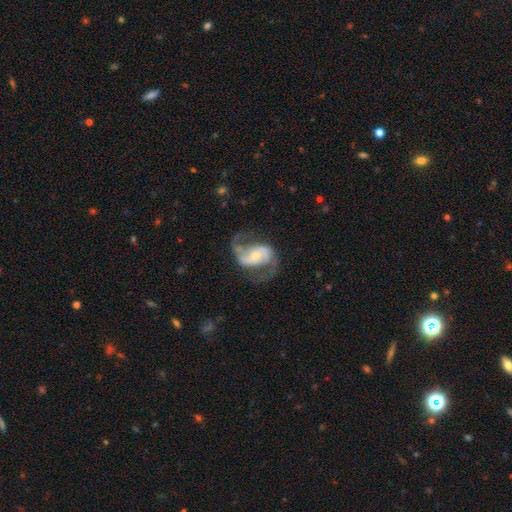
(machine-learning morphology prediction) Smooth or featured?
  - featured or disk: 87% *
  - smooth: 8%
  - star or artifact: 5%
Edge-on disk?
  - no: 97% *
  - yes: 3%
Bar?
  - no: 41% *
  - weak: 38%
  - strong: 22%
Spiral arms?
  - yes: 96% *
  - no: 4%
Spiral winding?
  - medium: 45% * (tied)
  - loose: 45% * (tied)
  - tight: 10%
Spiral arm count?
  - 2: 92% *
  - can't tell: 2%
  - 1: 2%
  - 3: 1%
  - 4: 1%
  - more than 4: 1%
Bulge size?
  - small: 53% *
  - moderate: 38%
  - large: 5%
  - none: 3%
  - dominant: 1%
Merging?
  - none: 67% *
  - minor disturbance: 16%
  - major disturbance: 15%
  - merger: 2%